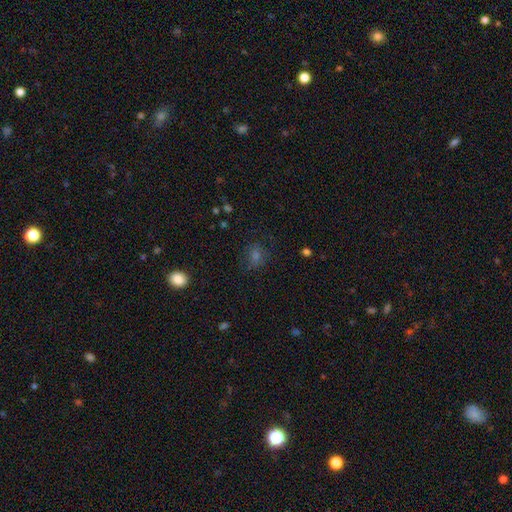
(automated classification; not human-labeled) This is possibly a smooth galaxy (57%). How rounded: likely round (65%). Merging: likely none (78%).